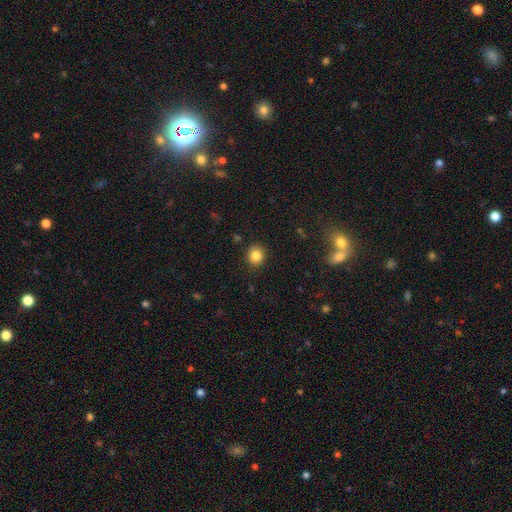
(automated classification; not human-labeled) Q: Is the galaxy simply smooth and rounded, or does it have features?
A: smooth — 84%.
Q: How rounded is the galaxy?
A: round — 81%.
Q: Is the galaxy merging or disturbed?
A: none — 89%.